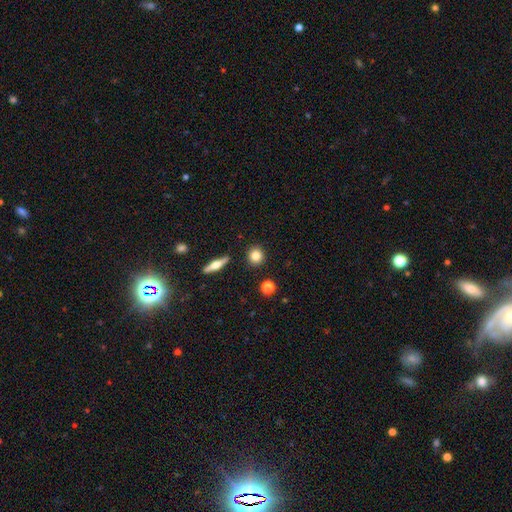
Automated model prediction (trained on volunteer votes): Smooth or featured: smooth — 82% (featured or disk — 9%)
How rounded: round — 88% (in between — 10%)
Merging: none — 89% (minor disturbance — 7%)